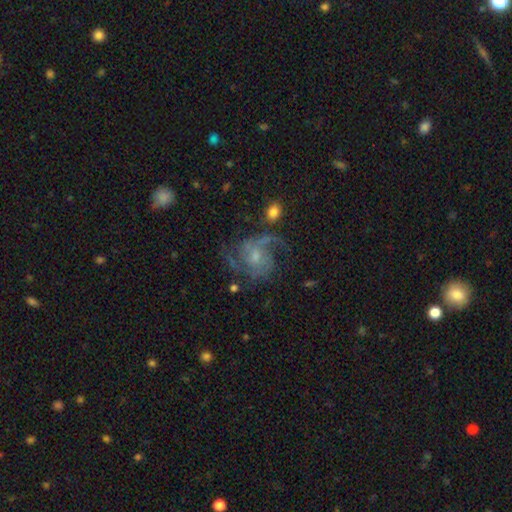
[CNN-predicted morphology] smooth-or-featured: featured or disk: 81% | smooth: 11% | star or artifact: 8%
  disk-edge-on: no: 98% | yes: 2%
    bar: no: 54% | weak: 39% | strong: 6%
    has-spiral-arms: yes: 93% | no: 7%
      spiral-winding: medium: 49% | loose: 32% | tight: 19%
      spiral-arm-count: 2: 51% | 3: 16% | can't tell: 16% | 1: 8% | 4: 5% | more than 4: 4%
    bulge-size: small: 49% | moderate: 39% | none: 8% | large: 3% | dominant: 1%
  merging: none: 53% | major disturbance: 23% | minor disturbance: 19% | merger: 5%